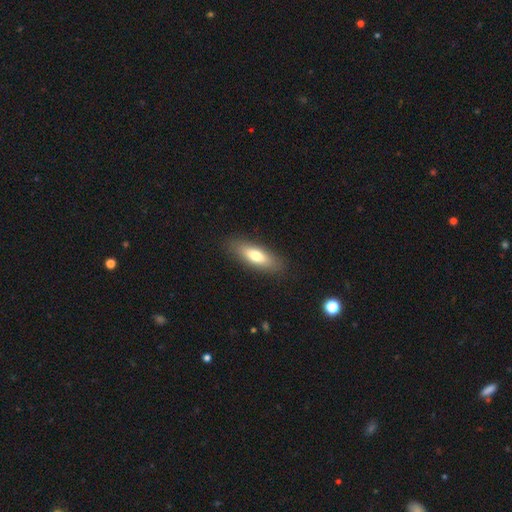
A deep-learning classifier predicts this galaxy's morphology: A smooth galaxy with no disk features (72%) that is in between round and cigar-shaped (55%). Merging: none (87%).